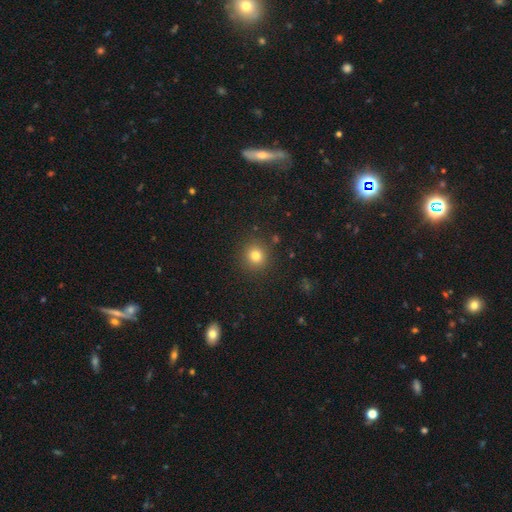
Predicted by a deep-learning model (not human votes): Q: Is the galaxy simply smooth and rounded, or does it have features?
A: smooth — 80%.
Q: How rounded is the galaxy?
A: round — 90%.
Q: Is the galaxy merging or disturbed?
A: none — 89%.